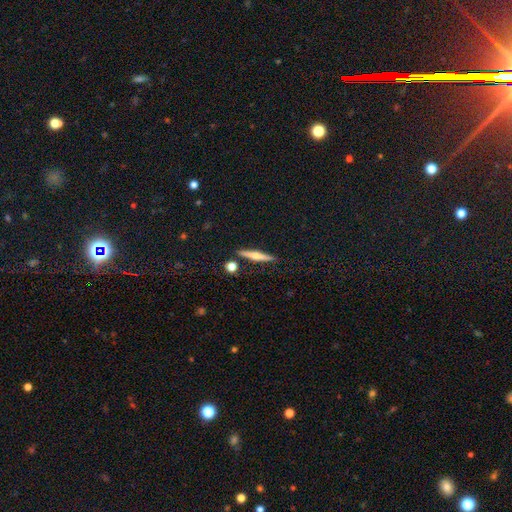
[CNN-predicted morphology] Smooth or featured?
  - featured or disk: 60% *
  - smooth: 33%
  - star or artifact: 7%
Edge-on disk?
  - yes: 97% *
  - no: 3%
Edge-on bulge?
  - rounded: 88% *
  - none: 8%
  - boxy: 4%
Merging?
  - none: 87% *
  - minor disturbance: 7%
  - merger: 4%
  - major disturbance: 2%